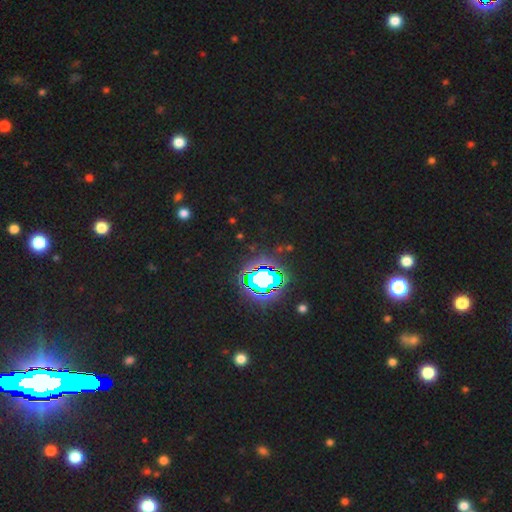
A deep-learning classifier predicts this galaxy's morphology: Smooth or featured: star or artifact — 82% (smooth — 11%)